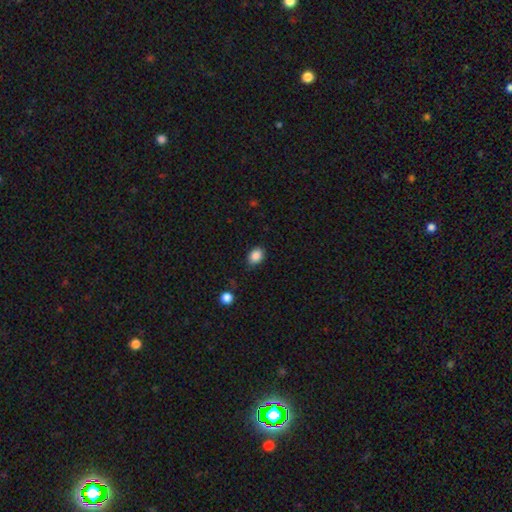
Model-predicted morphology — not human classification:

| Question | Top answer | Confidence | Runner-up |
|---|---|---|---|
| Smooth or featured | smooth | 87% | star or artifact (9%) |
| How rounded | in between | 65% | round (35%) |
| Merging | none | 80% | minor disturbance (15%) |